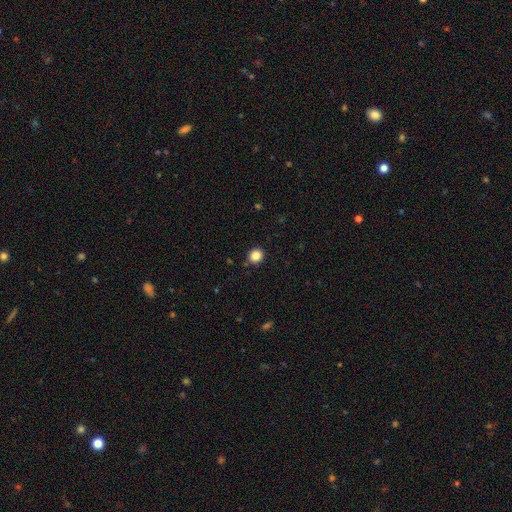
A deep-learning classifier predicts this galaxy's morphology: Smooth or featured? smooth (86%)
How rounded? round (85%)
Merging? none (89%)